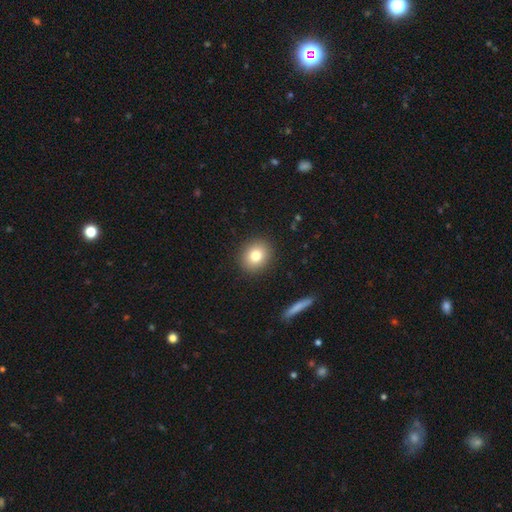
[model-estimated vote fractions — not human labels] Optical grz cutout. It shows a smooth galaxy with no disk features (79%) that is round (72%). Merging: none (90%).